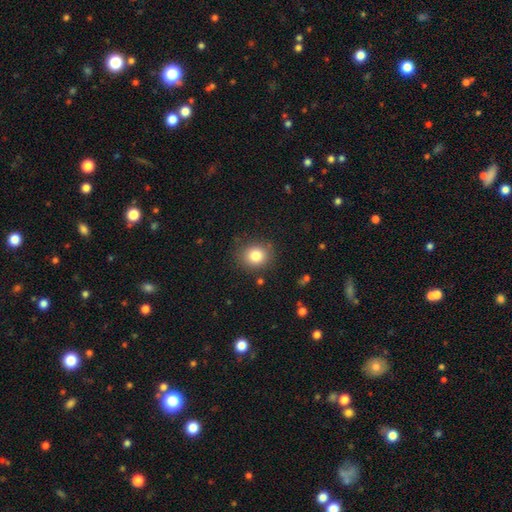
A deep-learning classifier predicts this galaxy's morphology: smooth-or-featured: smooth: 82% | star or artifact: 11% | featured or disk: 7%
  how-rounded: round: 79% | in between: 20% | cigar-shaped: 1%
  merging: none: 85% | minor disturbance: 10% | major disturbance: 3% | merger: 2%